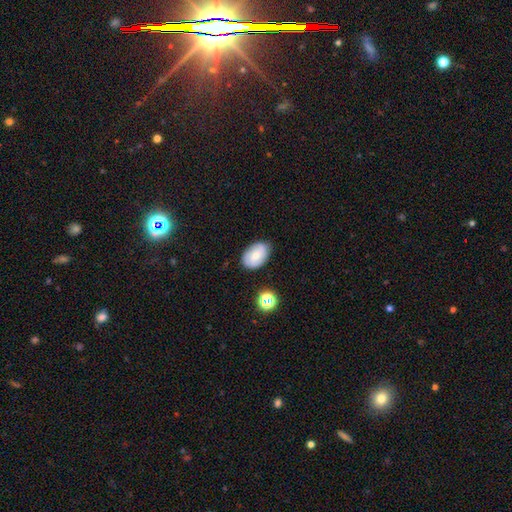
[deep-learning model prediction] smooth 62%, featured or disk 29%, star or artifact 9%. Down the decision tree: how rounded — in between (84%); merging — none (79%).